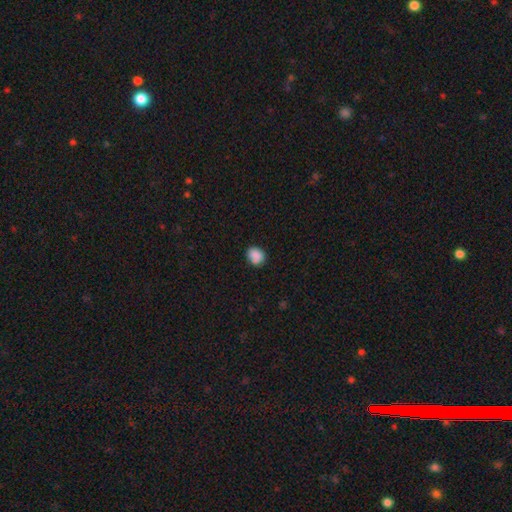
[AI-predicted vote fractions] Smooth or featured? smooth (87%)
How rounded? round (65%)
Merging? none (77%)